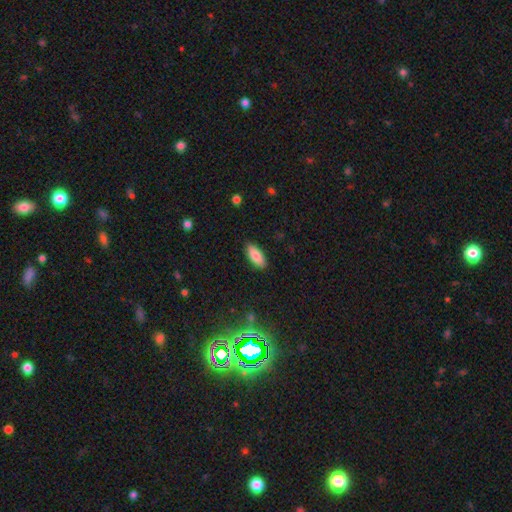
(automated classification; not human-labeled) Morphology: type=smooth (84%); roundness=in between (81%); merging=none (89%).